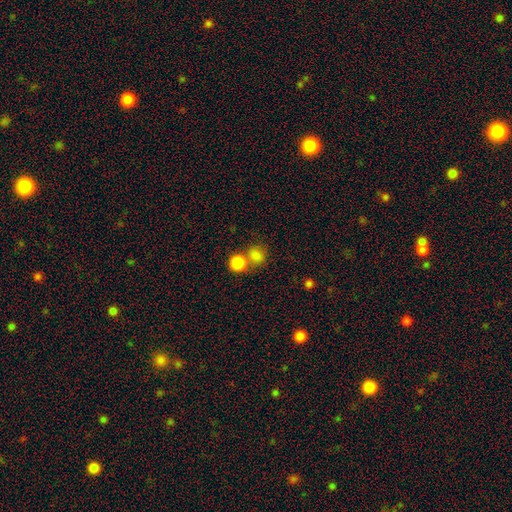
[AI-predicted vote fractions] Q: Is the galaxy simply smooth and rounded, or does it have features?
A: smooth — 81%.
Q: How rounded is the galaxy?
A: round — 75%.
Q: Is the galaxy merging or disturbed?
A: none — 48%.